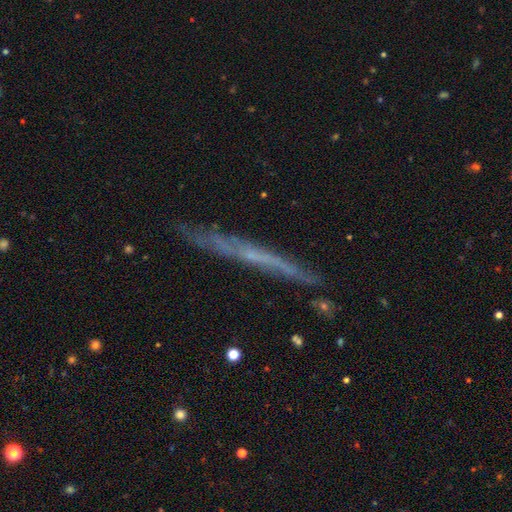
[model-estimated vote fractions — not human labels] Smooth or featured? Predicted: featured or disk (p=0.62). Edge-on disk? Predicted: yes (p=0.90). Edge-on bulge? Predicted: none (p=0.84). Merging? Predicted: none (p=0.77).